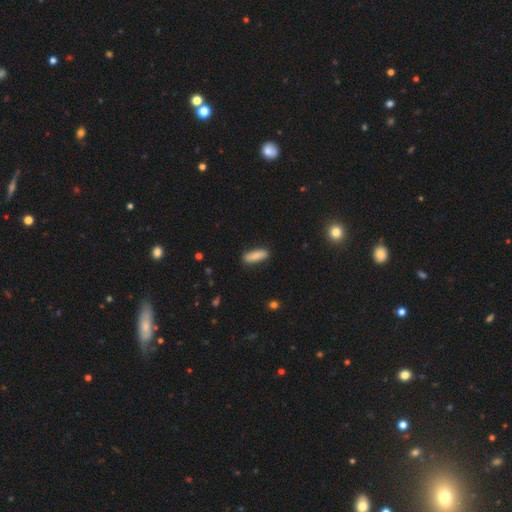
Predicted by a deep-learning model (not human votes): This is clearly a smooth galaxy (83%). How rounded: possibly in between (52%). Merging: clearly none (86%).